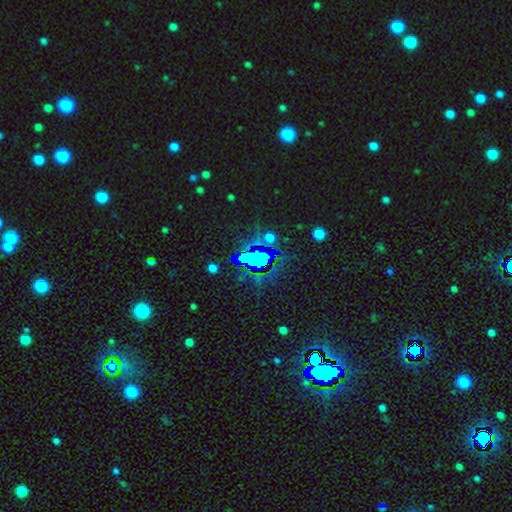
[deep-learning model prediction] smooth_or_featured: star or artifact (p=0.75) [alt: smooth p=0.15]